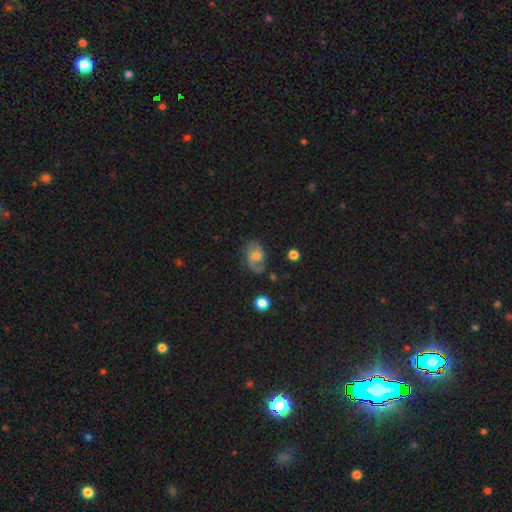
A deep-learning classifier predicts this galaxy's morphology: A featured or disk galaxy (50%).

Vote fractions:
- Smooth or featured? featured or disk: 50% / smooth: 41% / star or artifact: 9%
- Merging? none: 64% / minor disturbance: 23% / major disturbance: 11% / merger: 2%